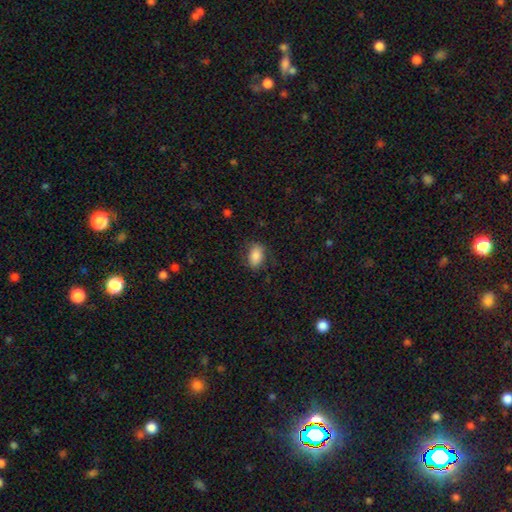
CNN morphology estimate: Overall: smooth (84%). How rounded: in between (88%). Merging: none (76%).